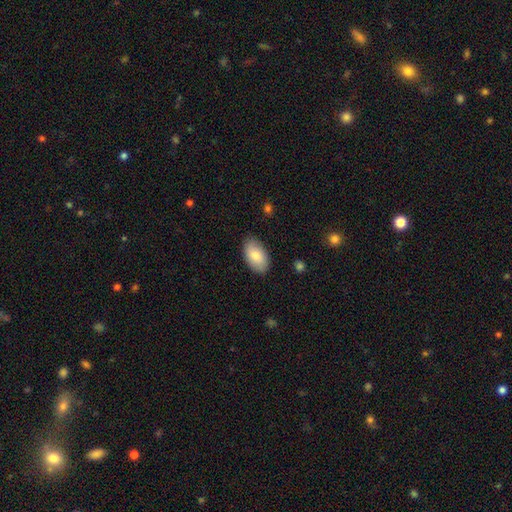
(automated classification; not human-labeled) This is clearly a smooth galaxy (80%). How rounded: clearly in between (94%). Merging: clearly none (86%).